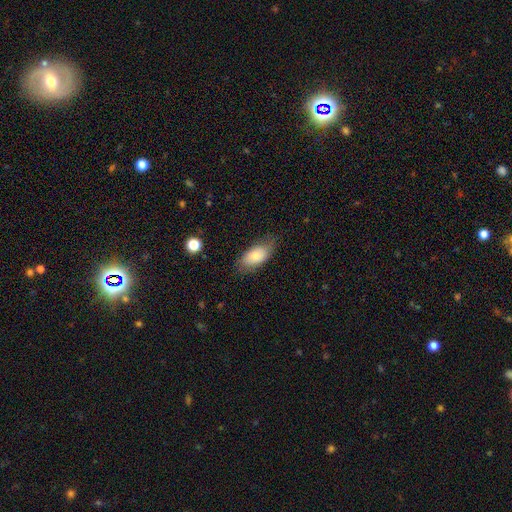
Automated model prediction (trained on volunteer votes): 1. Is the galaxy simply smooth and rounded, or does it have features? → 74% smooth, 19% featured or disk, 7% star or artifact.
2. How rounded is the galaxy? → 91% in between, 5% round, 5% cigar-shaped.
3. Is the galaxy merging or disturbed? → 70% none, 22% minor disturbance, 7% major disturbance, 1% merger.